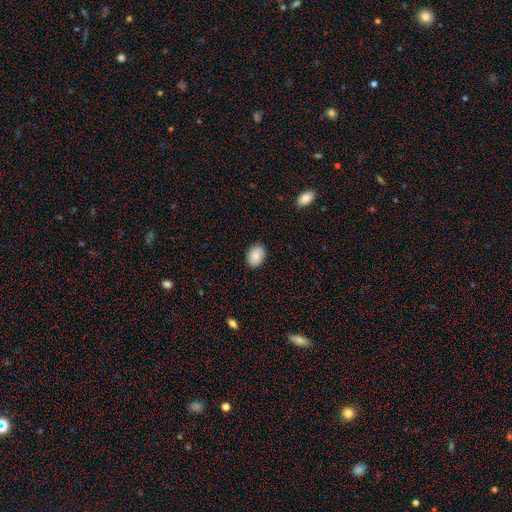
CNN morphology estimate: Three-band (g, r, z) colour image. It shows a smooth galaxy with no disk features (87%) that is in between round and cigar-shaped (74%). Merging: none (86%).